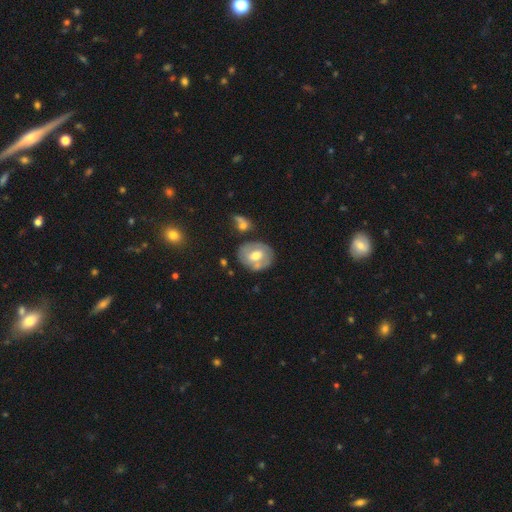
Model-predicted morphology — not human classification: smooth_or_featured: featured or disk (p=0.48) [alt: smooth p=0.45]
merging: none (p=0.64) [alt: minor disturbance p=0.18]